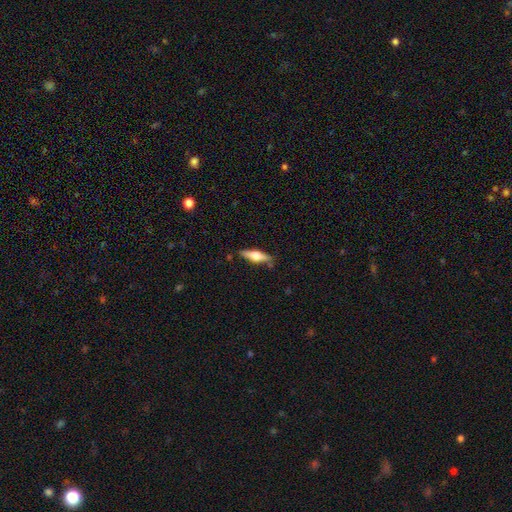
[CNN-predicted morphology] Smooth or featured? featured or disk (59%)
Edge-on disk? yes (95%)
Edge-on bulge? rounded (91%)
Merging? none (83%)